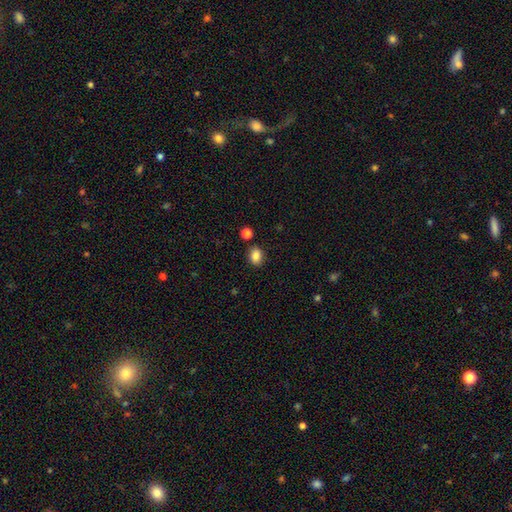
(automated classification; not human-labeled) This is clearly a smooth galaxy (85%). How rounded: possibly in between (59%). Merging: clearly none (84%).